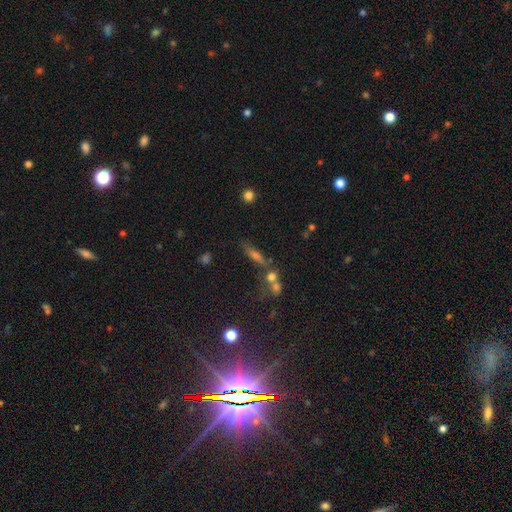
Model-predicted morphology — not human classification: Q: Smooth or featured?
A: smooth (44%); runner-up: featured or disk (30%)
Q: Merging?
A: none (56%); runner-up: merger (22%)